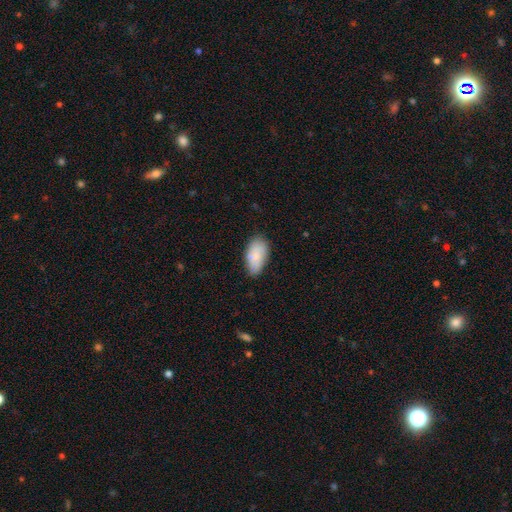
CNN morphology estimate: type=smooth (81%); roundness=in between (94%); merging=none (66%).